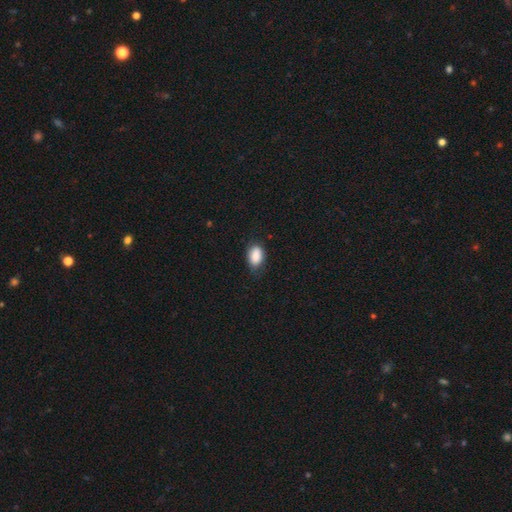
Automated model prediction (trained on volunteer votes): This is clearly a smooth galaxy (88%). How rounded: clearly in between (87%). Merging: likely none (69%).